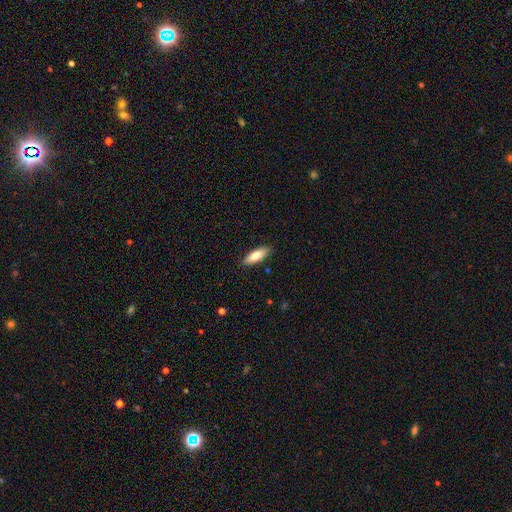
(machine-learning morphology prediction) A smooth galaxy with no disk features (78%) that is in between round and cigar-shaped (61%).

Vote fractions:
- Smooth or featured? smooth: 78% / featured or disk: 16% / star or artifact: 6%
- How rounded? in between: 61% / cigar-shaped: 37% / round: 2%
- Merging? none: 89% / minor disturbance: 8% / major disturbance: 2% / merger: 1%